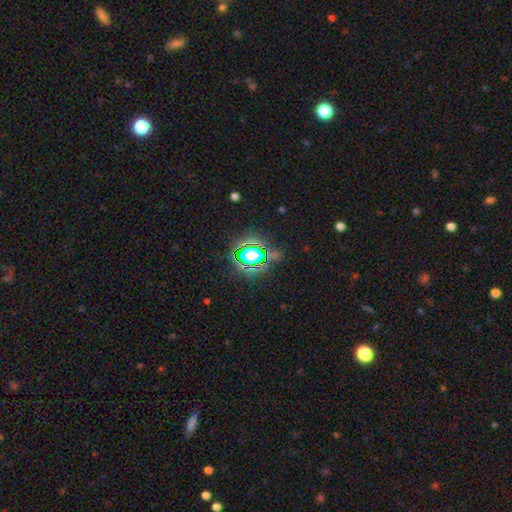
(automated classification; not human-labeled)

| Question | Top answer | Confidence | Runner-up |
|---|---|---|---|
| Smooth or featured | star or artifact | 80% | smooth (13%) |